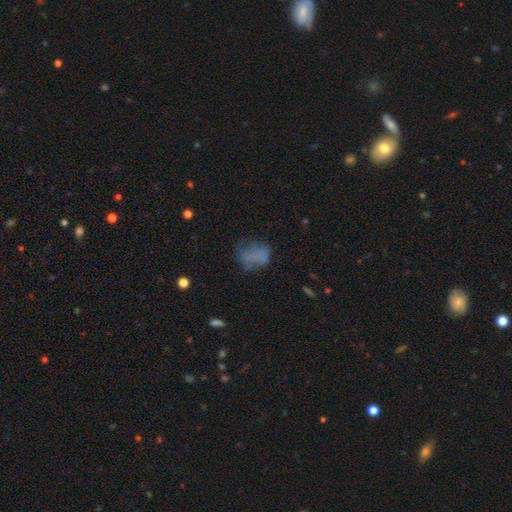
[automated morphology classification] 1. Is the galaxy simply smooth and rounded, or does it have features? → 64% smooth, 20% featured or disk, 16% star or artifact.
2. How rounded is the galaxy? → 65% in between, 32% round, 3% cigar-shaped.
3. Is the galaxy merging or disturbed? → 50% none, 25% minor disturbance, 21% major disturbance, 4% merger.